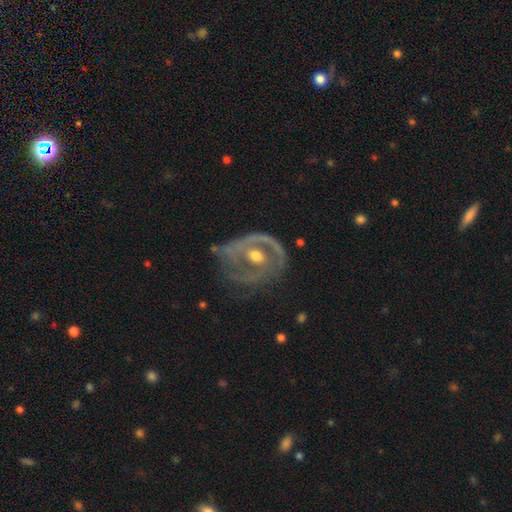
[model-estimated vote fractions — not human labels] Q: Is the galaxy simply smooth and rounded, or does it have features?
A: featured or disk — 79%.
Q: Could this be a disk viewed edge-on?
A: no — 96%.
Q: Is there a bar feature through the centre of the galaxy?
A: no — 70%.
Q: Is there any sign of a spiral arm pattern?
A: yes — 63%.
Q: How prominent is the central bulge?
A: moderate — 74%.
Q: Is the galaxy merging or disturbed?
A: none — 47%.